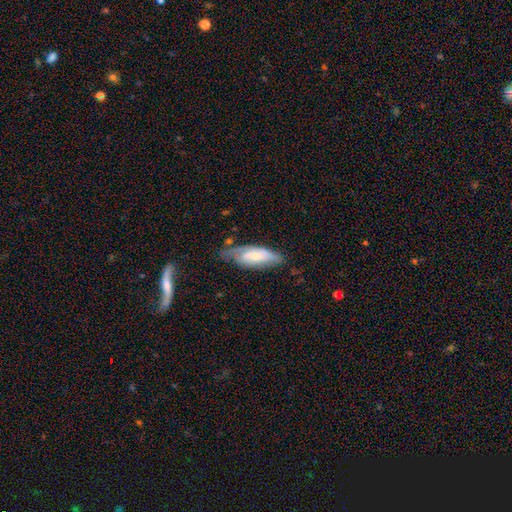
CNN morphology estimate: This is possibly a featured or disk galaxy (49%). Merging: possibly none (51%).